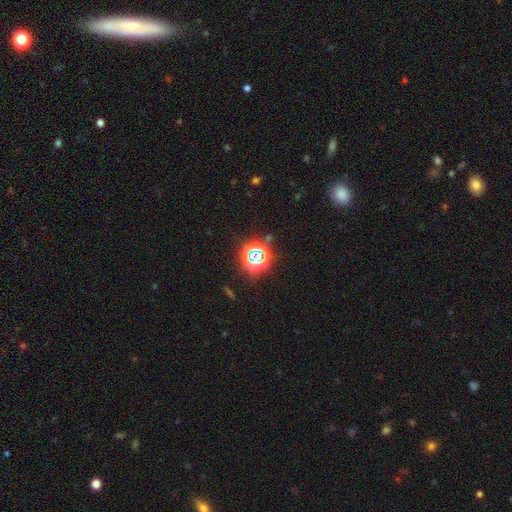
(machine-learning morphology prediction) A star or artifact, not a galaxy (70%).

Vote fractions:
- Smooth or featured? star or artifact: 70% / smooth: 20% / featured or disk: 10%